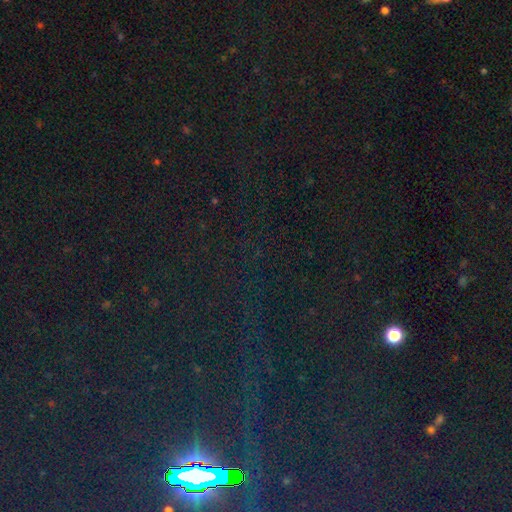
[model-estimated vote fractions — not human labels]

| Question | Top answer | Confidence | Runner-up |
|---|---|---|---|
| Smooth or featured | star or artifact | 85% | smooth (8%) |